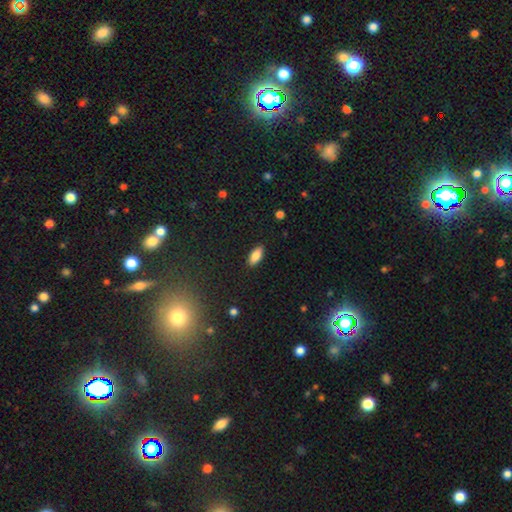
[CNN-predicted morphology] Smooth or featured: smooth — 86% (star or artifact — 7%)
How rounded: in between — 87% (cigar-shaped — 11%)
Merging: none — 88% (minor disturbance — 9%)